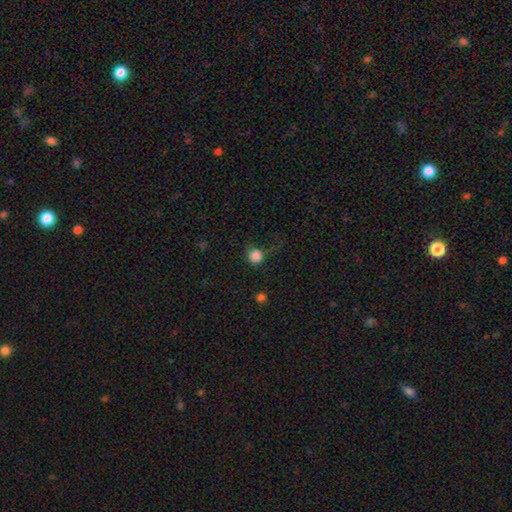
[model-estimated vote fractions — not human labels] This appears to be a smooth galaxy with no disk features (84%) that is round (92%). Merging: none (65%).